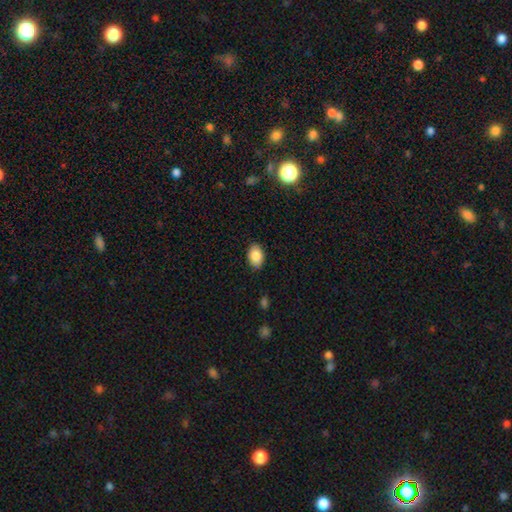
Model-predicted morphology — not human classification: This is clearly a smooth galaxy (86%). How rounded: clearly in between (85%). Merging: clearly none (87%).